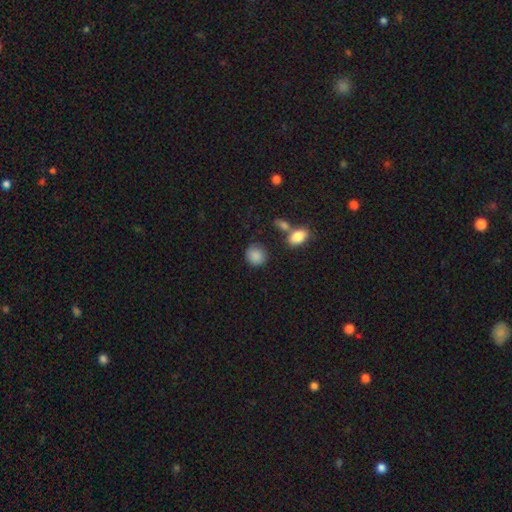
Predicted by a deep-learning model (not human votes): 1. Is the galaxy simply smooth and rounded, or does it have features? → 87% smooth, 8% star or artifact, 5% featured or disk.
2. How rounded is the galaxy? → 78% round, 20% in between, 1% cigar-shaped.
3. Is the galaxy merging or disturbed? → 77% none, 13% minor disturbance, 5% merger, 4% major disturbance.